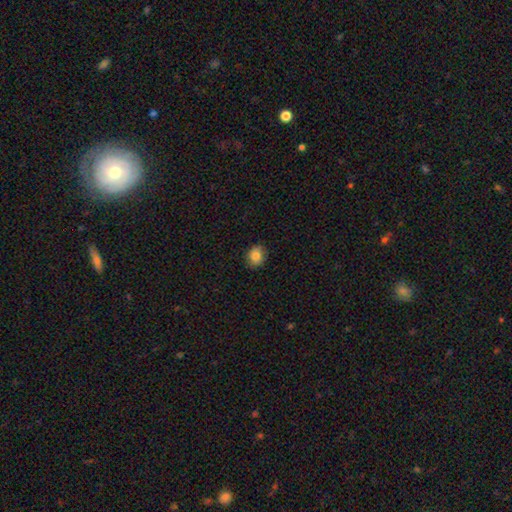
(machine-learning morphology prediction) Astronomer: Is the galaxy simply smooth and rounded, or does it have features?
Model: smooth — 83%.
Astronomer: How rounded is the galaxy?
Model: round — 62%.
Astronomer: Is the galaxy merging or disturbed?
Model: none — 87%.